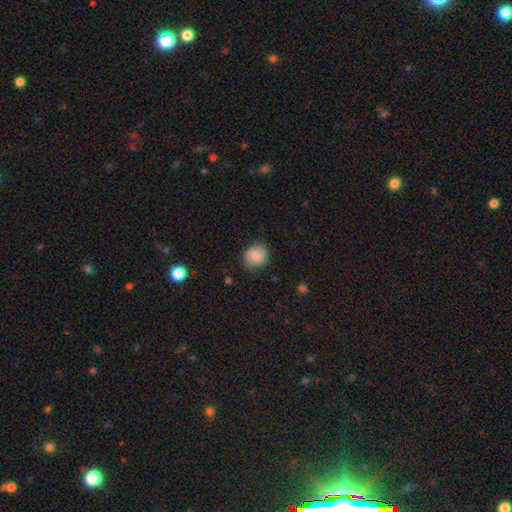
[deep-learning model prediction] Morphology: type=smooth (82%); roundness=round (80%); merging=none (82%).